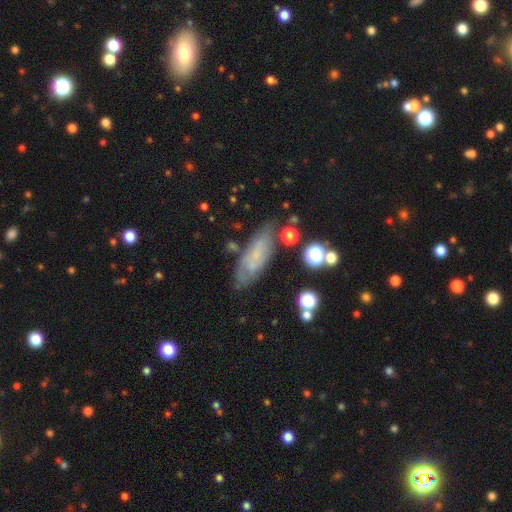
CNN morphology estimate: A smooth galaxy with no disk features (51%) that is in between round and cigar-shaped (61%).

Vote fractions:
- Smooth or featured? smooth: 51% / featured or disk: 38% / star or artifact: 11%
- How rounded? in between: 61% / cigar-shaped: 35% / round: 3%
- Merging? none: 70% / minor disturbance: 19% / major disturbance: 6% / merger: 4%